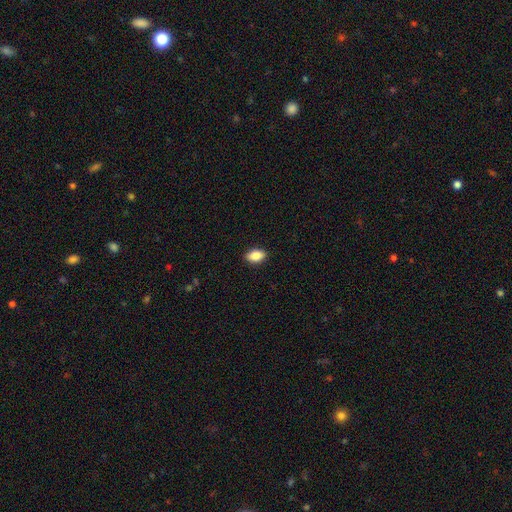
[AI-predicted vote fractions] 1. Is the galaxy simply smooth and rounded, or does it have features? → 87% smooth, 8% star or artifact, 5% featured or disk.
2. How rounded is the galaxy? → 90% in between, 8% round, 2% cigar-shaped.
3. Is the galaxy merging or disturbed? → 90% none, 8% minor disturbance, 2% major disturbance, 1% merger.